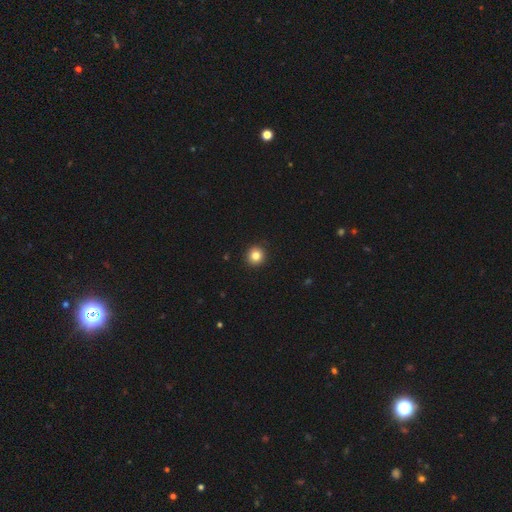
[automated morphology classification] This appears to be a smooth galaxy with no disk features (84%) that is round (94%). Merging: none (93%).